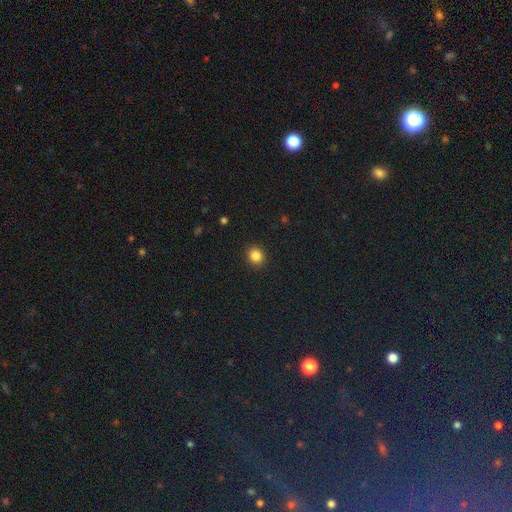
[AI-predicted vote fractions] Smooth or featured: smooth — 85% (star or artifact — 11%)
How rounded: round — 82% (in between — 17%)
Merging: none — 92% (minor disturbance — 6%)